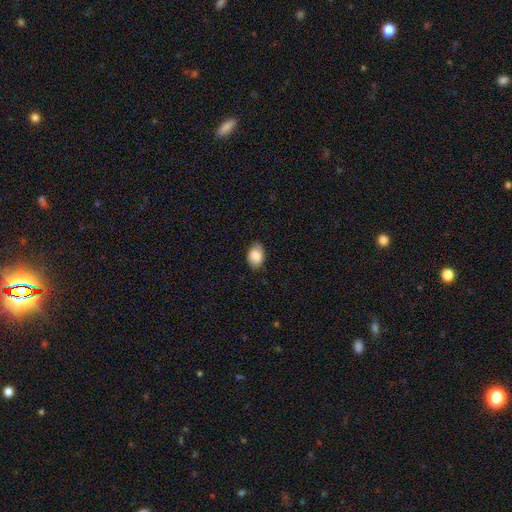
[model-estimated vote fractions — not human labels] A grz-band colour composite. It shows a smooth galaxy with no disk features (83%) that is in between round and cigar-shaped (78%). Merging: none (76%).